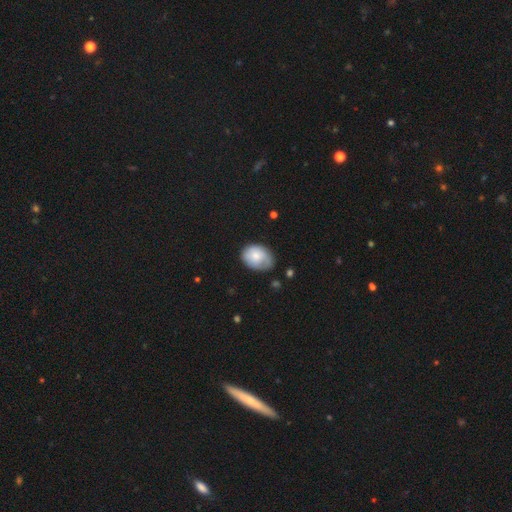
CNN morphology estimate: A smooth galaxy with no disk features (72%) that is in between round and cigar-shaped (69%). Merging: none (56%).